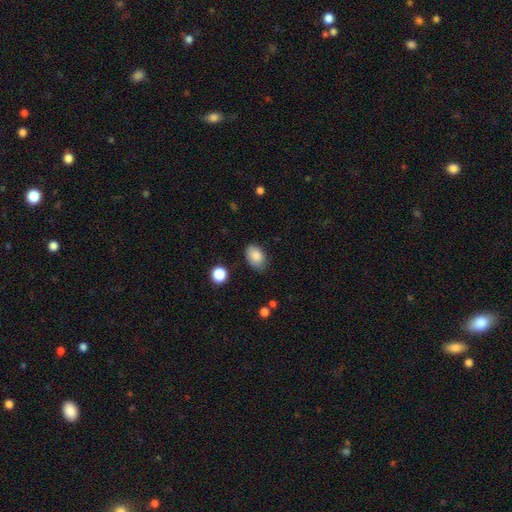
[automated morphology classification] Smooth or featured? Predicted: smooth (p=0.85). How rounded? Predicted: in between (p=0.86). Merging? Predicted: none (p=0.71).